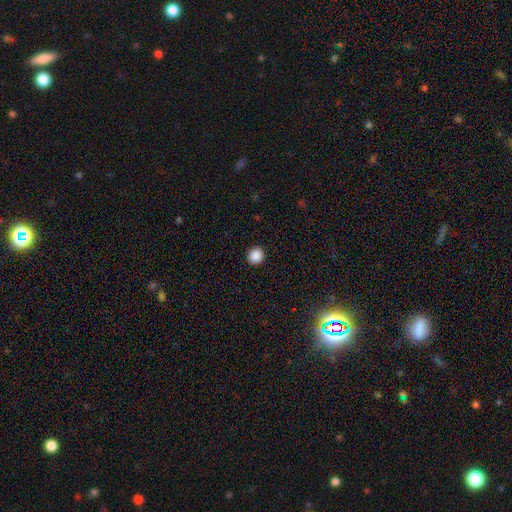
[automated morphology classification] This appears to be a smooth galaxy with no disk features (88%) that is round (83%). Merging: none (92%).